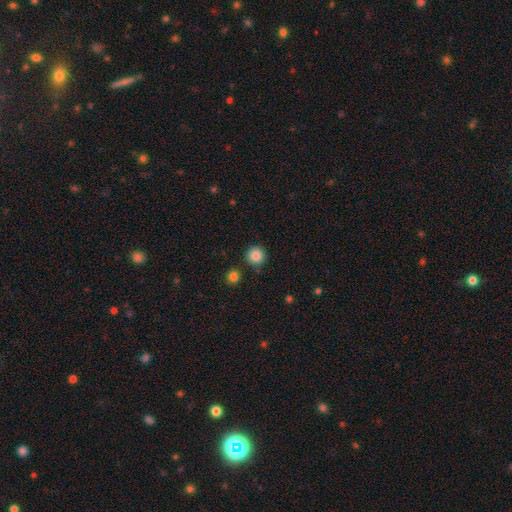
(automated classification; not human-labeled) smooth 86%, star or artifact 10%, featured or disk 4%. Down the decision tree: how rounded — round (94%); merging — none (87%).